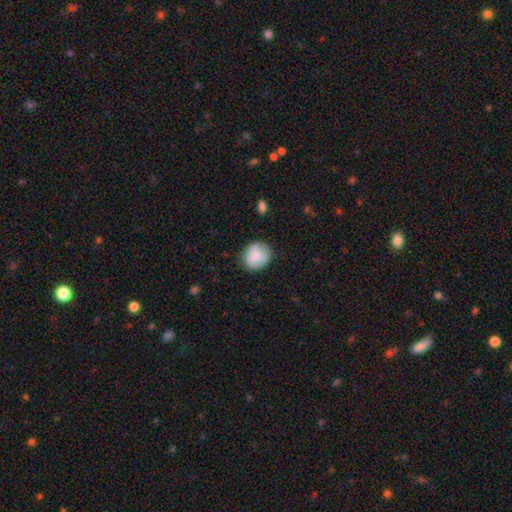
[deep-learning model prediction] This is clearly a smooth galaxy (81%). How rounded: likely round (73%). Merging: likely none (78%).